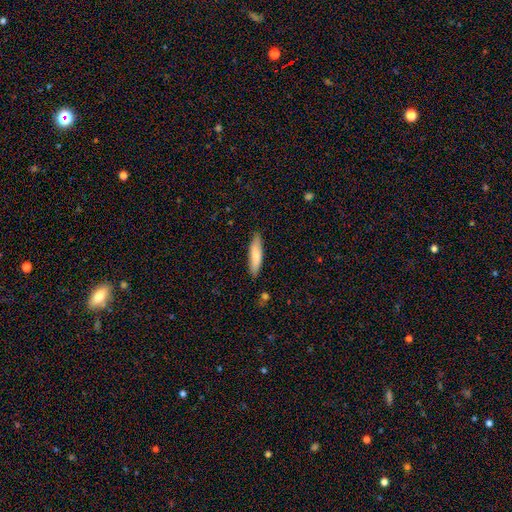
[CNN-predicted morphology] type=smooth (79%); roundness=cigar-shaped (69%); merging=none (85%).